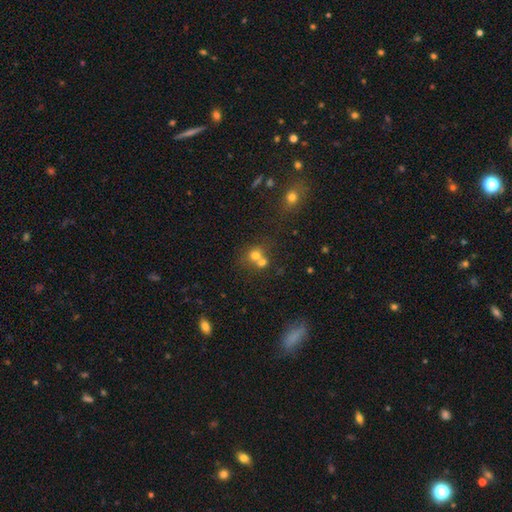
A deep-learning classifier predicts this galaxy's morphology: smooth 70%, star or artifact 16%, featured or disk 14%. Down the decision tree: how rounded — round (81%); merging — merger (53%).